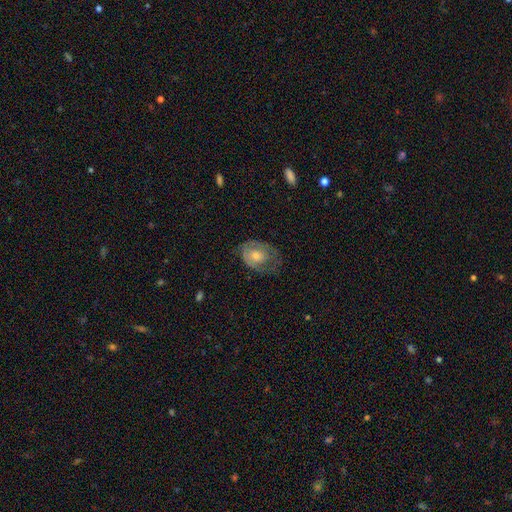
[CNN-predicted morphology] Smooth or featured?
  - featured or disk: 53% *
  - smooth: 39%
  - star or artifact: 8%
Edge-on disk?
  - no: 95% *
  - yes: 5%
Bar?
  - no: 79% *
  - weak: 18%
  - strong: 3%
Spiral arms?
  - yes: 55% *
  - no: 45%
Bulge size?
  - moderate: 59% *
  - small: 28%
  - large: 9%
  - none: 3%
  - dominant: 1%
Merging?
  - none: 56% *
  - minor disturbance: 26%
  - major disturbance: 18%
  - merger: 1%